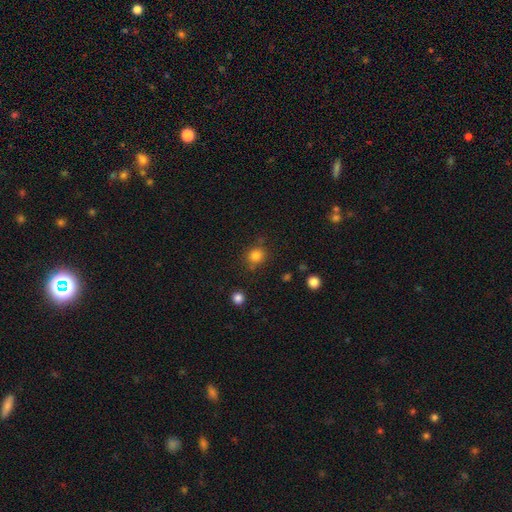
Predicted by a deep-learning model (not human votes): This is clearly a smooth galaxy (82%). How rounded: clearly round (86%). Merging: likely none (79%).